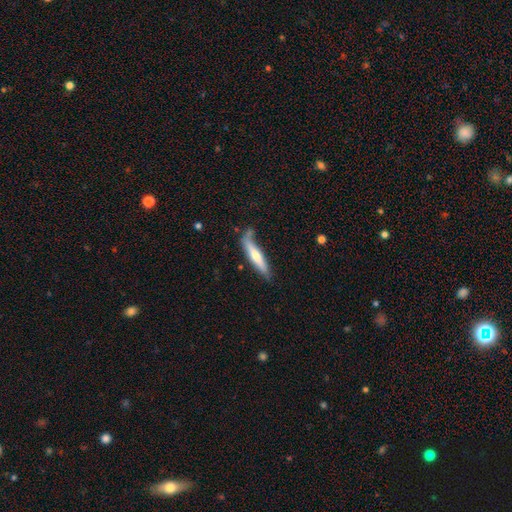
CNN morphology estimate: This appears to be a smooth galaxy with no disk features (51%) that is cigar-shaped (86%). Merging: none (59%).